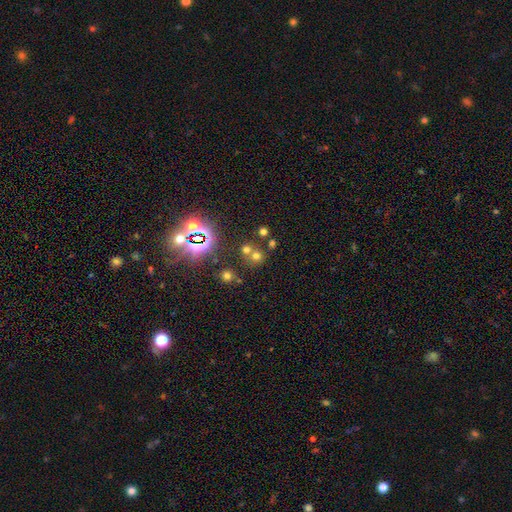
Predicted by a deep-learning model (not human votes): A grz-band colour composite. It shows a smooth galaxy with no disk features (55%) that is round (88%). Merging: none (55%).